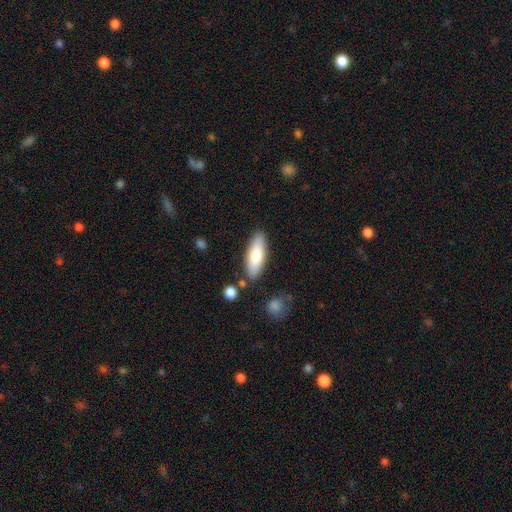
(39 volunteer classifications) This is clearly a smooth galaxy (82%). How rounded: possibly in between (56%). Merging: clearly none (82%).